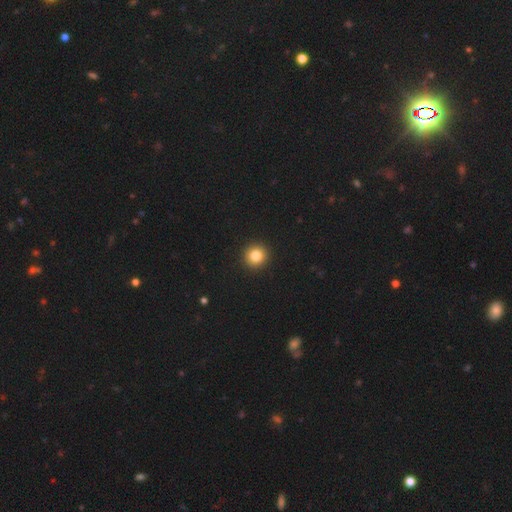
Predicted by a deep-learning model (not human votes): A smooth galaxy with no disk features (83%) that is round (94%).

Vote fractions:
- Smooth or featured? smooth: 83% / star or artifact: 11% / featured or disk: 6%
- How rounded? round: 94% / in between: 5% / cigar-shaped: 1%
- Merging? none: 94% / minor disturbance: 4% / major disturbance: 1% / merger: 1%